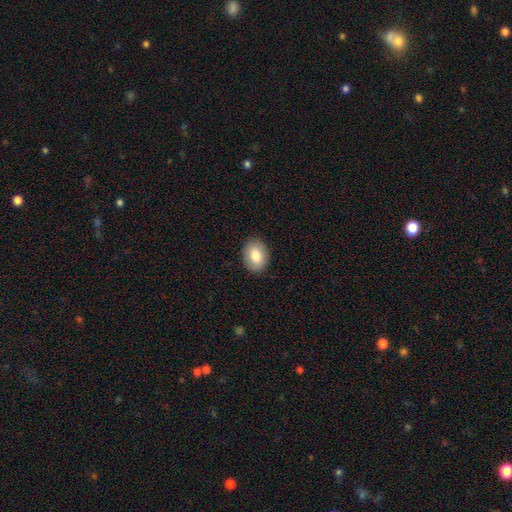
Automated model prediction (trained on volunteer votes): The model was most divided on "how rounded": in between: 72%, round: 27%, cigar-shaped: 1%. More confident: merging — none (89%); smooth or featured — smooth (82%).